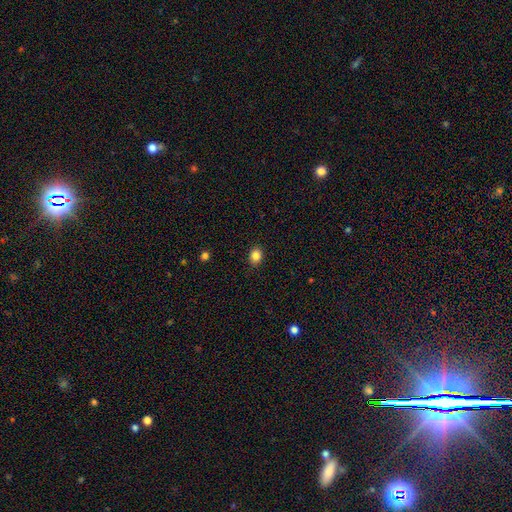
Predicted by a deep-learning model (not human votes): smooth 85%, star or artifact 11%, featured or disk 5%. Down the decision tree: how rounded — round (52%); merging — none (89%).